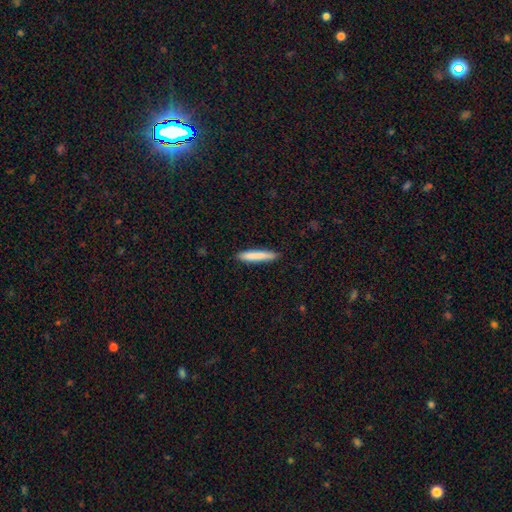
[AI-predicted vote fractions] smooth-or-featured: smooth: 82% | featured or disk: 12% | star or artifact: 6%
  how-rounded: cigar-shaped: 93% | in between: 6% | round: 1%
  merging: none: 89% | minor disturbance: 8% | major disturbance: 2% | merger: 1%